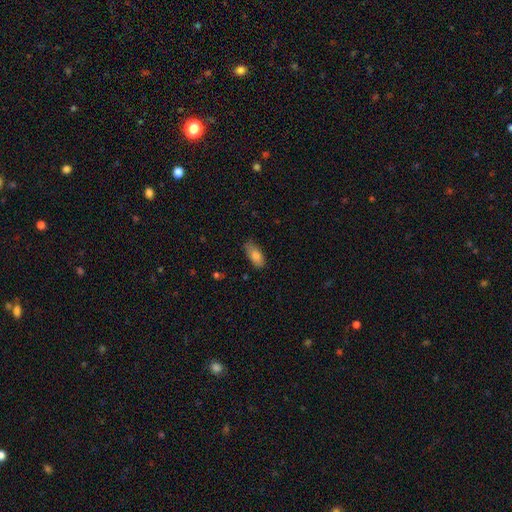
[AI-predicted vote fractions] smooth_or_featured: smooth (p=0.81) [alt: featured or disk p=0.11]
how_rounded: in between (p=0.87) [alt: cigar-shaped p=0.10]
merging: none (p=0.75) [alt: minor disturbance p=0.20]